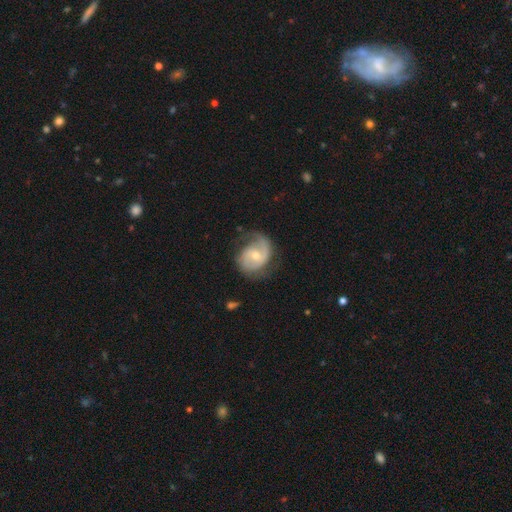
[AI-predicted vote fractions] This appears to be a featured or disk galaxy (79%) with no bar (58%), 2 (62%) medium (43%) spiral arms (92%) and a moderate central bulge (53%). Merging: none (57%).